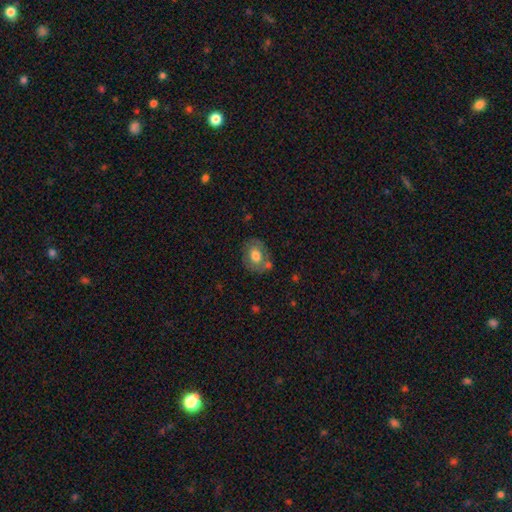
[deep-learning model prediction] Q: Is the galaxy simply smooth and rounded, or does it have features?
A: smooth — 64%.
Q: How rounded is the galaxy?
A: in between — 55%.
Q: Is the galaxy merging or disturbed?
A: none — 64%.